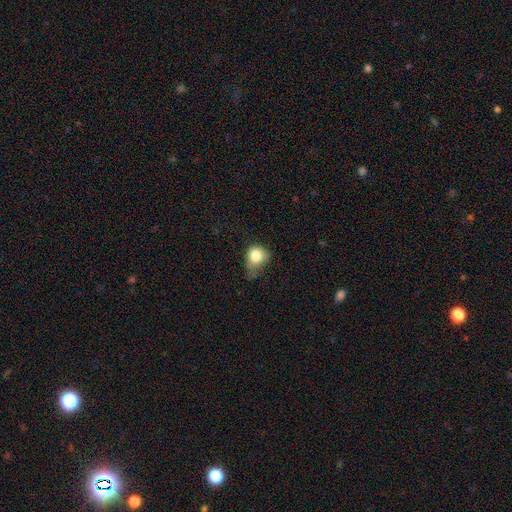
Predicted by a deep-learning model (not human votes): smooth-or-featured: smooth: 81% | star or artifact: 10% | featured or disk: 9%
  how-rounded: round: 65% | in between: 34% | cigar-shaped: 1%
  merging: minor disturbance: 46% | none: 28% | major disturbance: 23% | merger: 3%